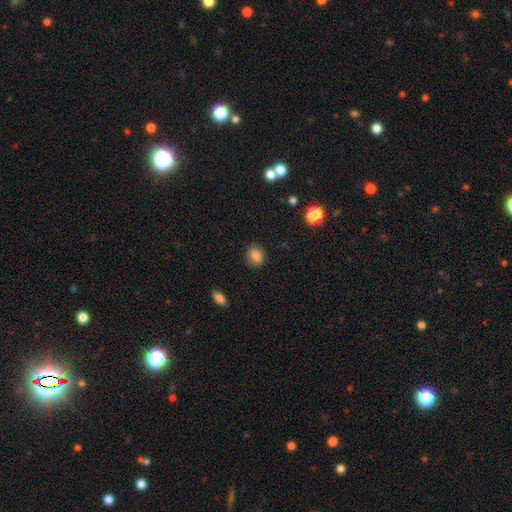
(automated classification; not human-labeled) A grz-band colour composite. It shows a smooth galaxy with no disk features (84%) that is round (69%). Merging: none (87%).